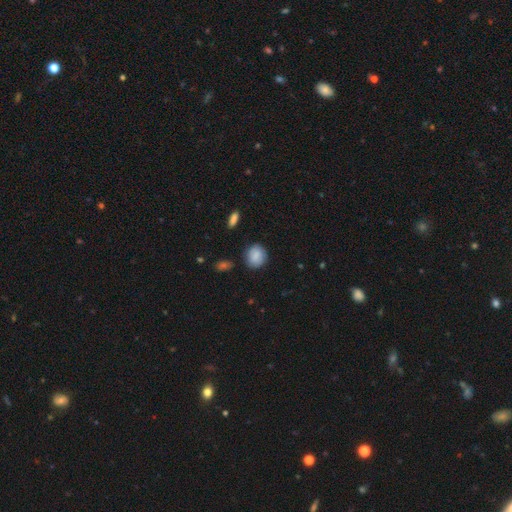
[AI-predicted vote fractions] A smooth galaxy with no disk features (84%) that is round (70%). Merging: none (78%).